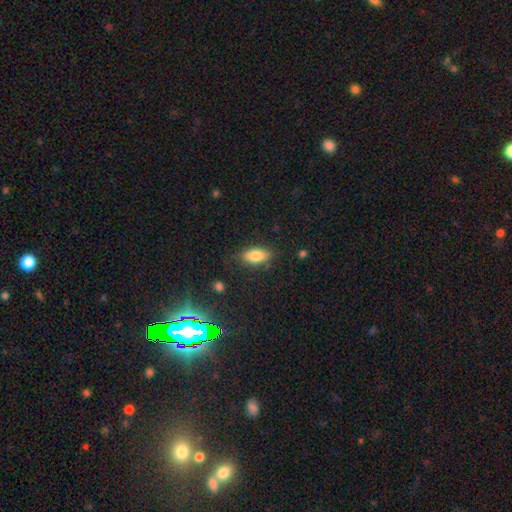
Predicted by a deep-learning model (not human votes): This is clearly a smooth galaxy (81%). How rounded: clearly in between (84%). Merging: likely none (79%).